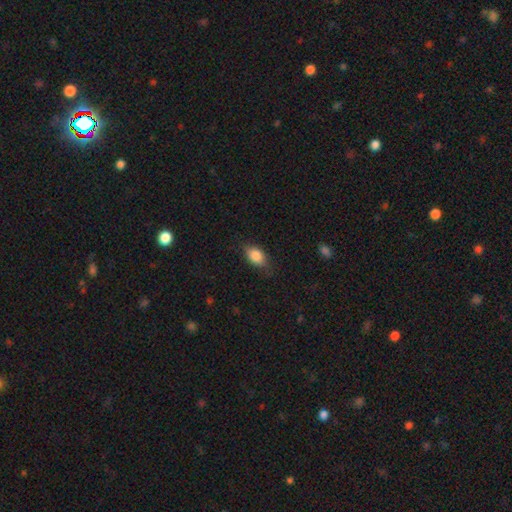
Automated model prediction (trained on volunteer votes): Smooth or featured?
  - smooth: 84% *
  - featured or disk: 8%
  - star or artifact: 7%
How rounded?
  - in between: 84% *
  - round: 13%
  - cigar-shaped: 3%
Merging?
  - none: 77% *
  - minor disturbance: 18%
  - major disturbance: 4%
  - merger: 1%